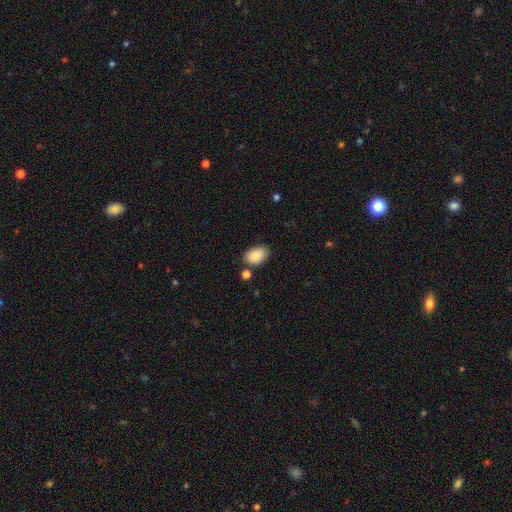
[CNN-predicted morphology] Q: Smooth or featured?
A: smooth (89%); runner-up: star or artifact (7%)
Q: How rounded?
A: in between (90%); runner-up: round (9%)
Q: Merging?
A: none (78%); runner-up: minor disturbance (13%)